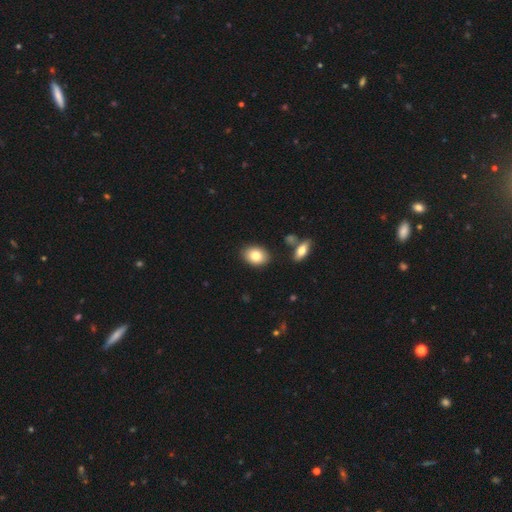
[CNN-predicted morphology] smooth-or-featured: smooth: 81% | featured or disk: 11% | star or artifact: 8%
  how-rounded: in between: 75% | round: 23% | cigar-shaped: 1%
  merging: none: 85% | minor disturbance: 9% | merger: 4% | major disturbance: 2%